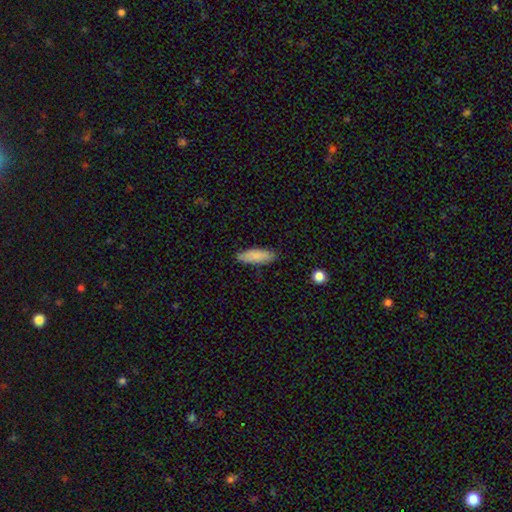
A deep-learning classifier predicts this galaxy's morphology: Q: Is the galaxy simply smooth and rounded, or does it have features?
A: smooth — 85%.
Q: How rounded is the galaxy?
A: in between — 58%.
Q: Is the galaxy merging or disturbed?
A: none — 84%.